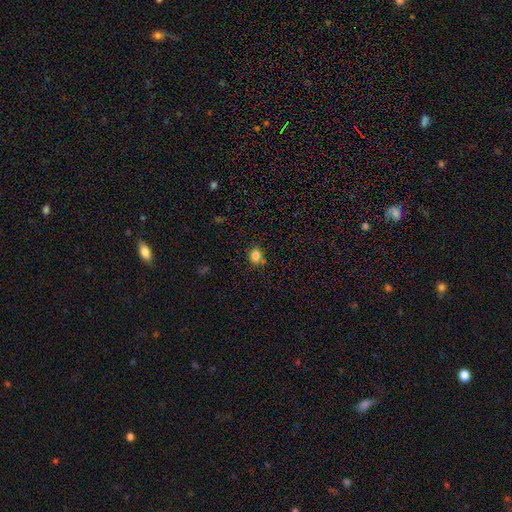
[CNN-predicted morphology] smooth 80%, star or artifact 14%, featured or disk 6%. Down the decision tree: how rounded — round (53%); merging — none (73%).